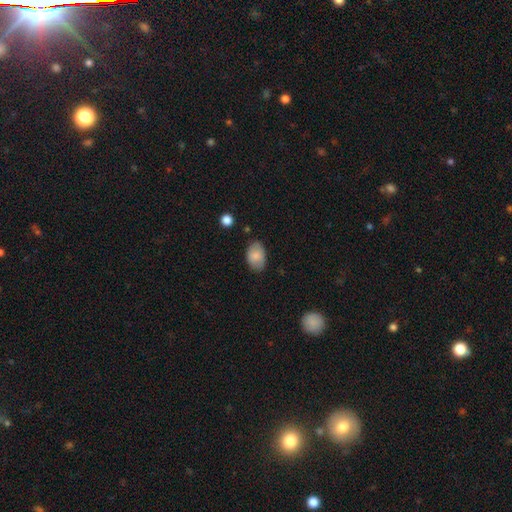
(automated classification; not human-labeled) This is clearly a smooth galaxy (83%). How rounded: clearly in between (87%). Merging: likely none (77%).